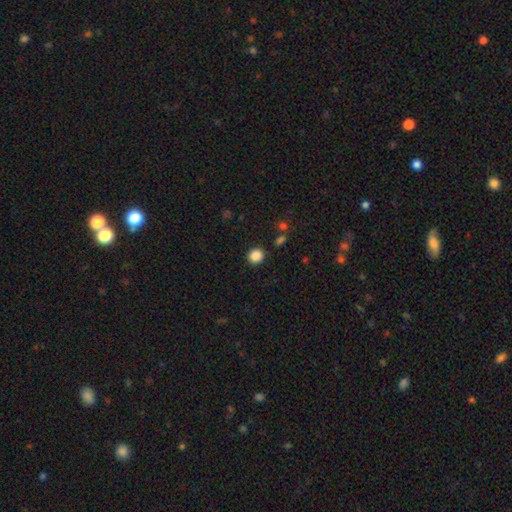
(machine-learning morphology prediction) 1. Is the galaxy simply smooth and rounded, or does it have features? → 87% smooth, 10% star or artifact, 3% featured or disk.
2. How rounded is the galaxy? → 86% round, 13% in between, 1% cigar-shaped.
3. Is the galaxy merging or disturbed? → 89% none, 7% minor disturbance, 3% major disturbance, 2% merger.